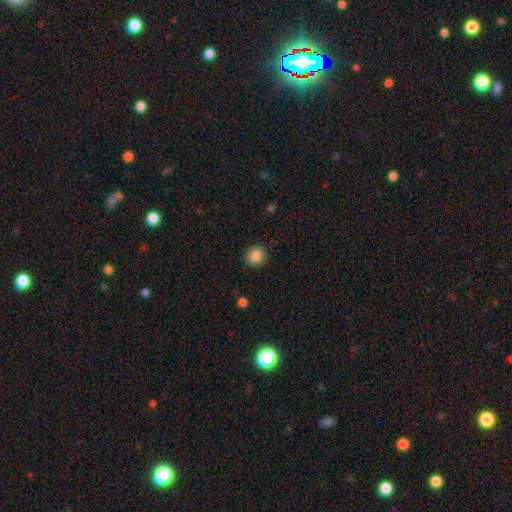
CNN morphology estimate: Smooth or featured?
  - smooth: 86% *
  - star or artifact: 9%
  - featured or disk: 5%
How rounded?
  - round: 87% *
  - in between: 12%
  - cigar-shaped: 1%
Merging?
  - none: 90% *
  - minor disturbance: 7%
  - major disturbance: 2%
  - merger: 1%